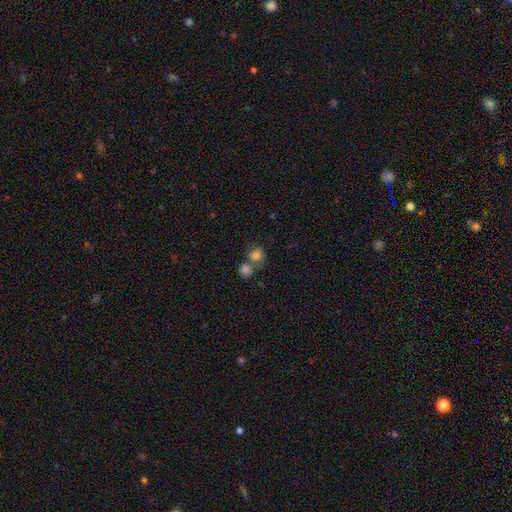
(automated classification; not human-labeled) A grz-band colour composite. It shows a smooth galaxy with no disk features (79%) that is round (72%). Merging: merger (47%).